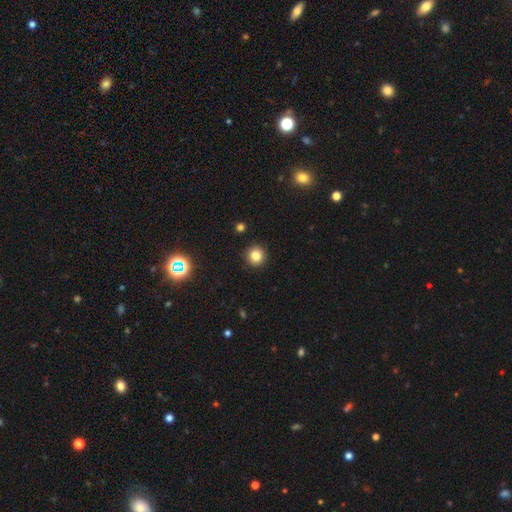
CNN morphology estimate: This appears to be a smooth galaxy with no disk features (81%) that is round (93%). Merging: none (92%).